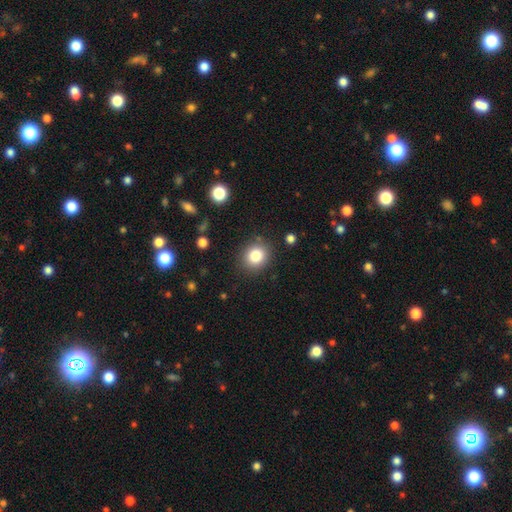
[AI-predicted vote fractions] Overall: smooth (83%). How rounded: round (75%). Merging: none (86%).